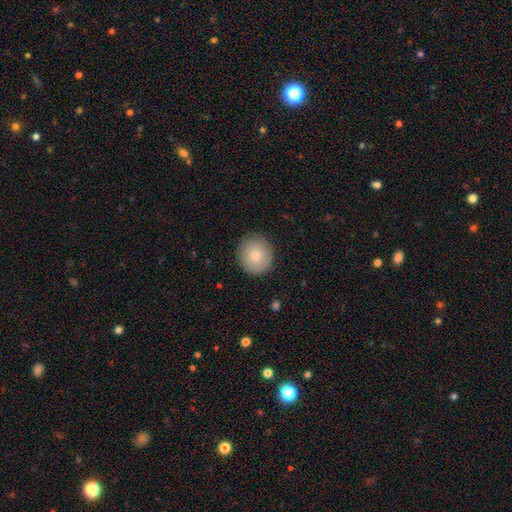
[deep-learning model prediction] smooth 76%, featured or disk 16%, star or artifact 8%. Down the decision tree: how rounded — round (91%); merging — none (87%).